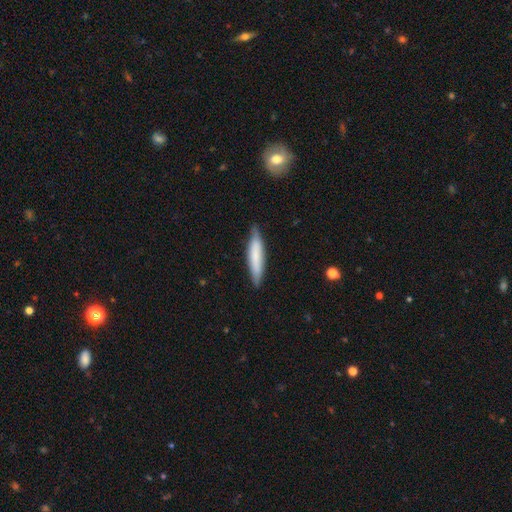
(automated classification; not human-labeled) Overall: smooth (73%). How rounded: cigar-shaped (84%). Merging: none (80%).